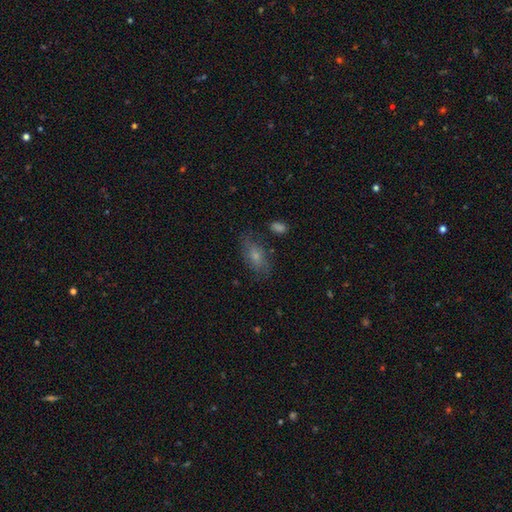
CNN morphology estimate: smooth 66%, featured or disk 25%, star or artifact 10%. Down the decision tree: how rounded — in between (86%); merging — none (69%).